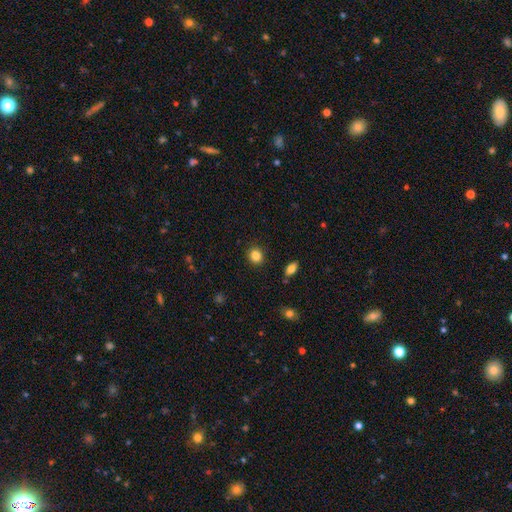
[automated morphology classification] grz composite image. It shows a smooth galaxy with no disk features (85%) that is round (78%). Merging: none (90%).